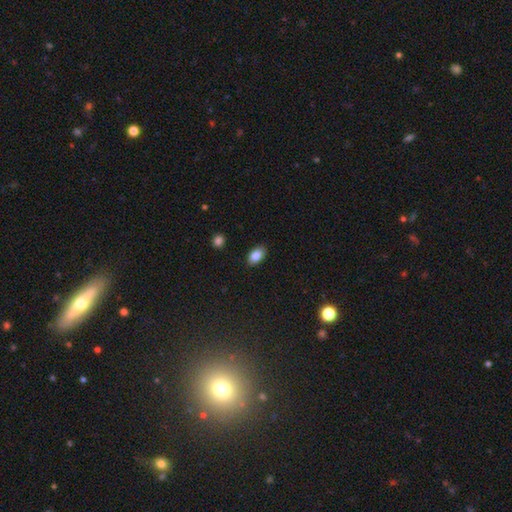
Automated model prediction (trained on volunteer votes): A smooth galaxy with no disk features (86%) that is in between round and cigar-shaped (91%).

Vote fractions:
- Smooth or featured? smooth: 86% / star or artifact: 8% / featured or disk: 6%
- How rounded? in between: 91% / round: 7% / cigar-shaped: 2%
- Merging? none: 87% / minor disturbance: 9% / major disturbance: 2% / merger: 1%